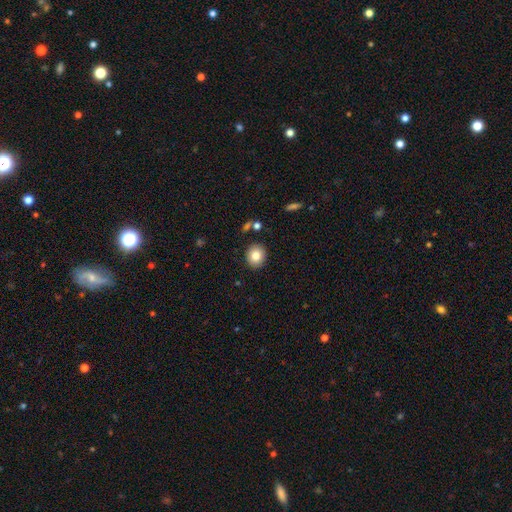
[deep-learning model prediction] A smooth galaxy with no disk features (82%) that is round (77%). Merging: none (89%).